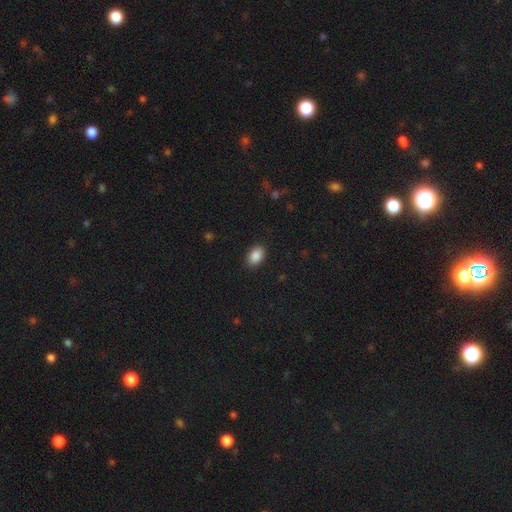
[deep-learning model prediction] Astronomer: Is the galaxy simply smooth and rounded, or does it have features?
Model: smooth — 89%.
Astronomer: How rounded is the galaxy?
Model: in between — 86%.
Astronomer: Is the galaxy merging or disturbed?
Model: none — 88%.